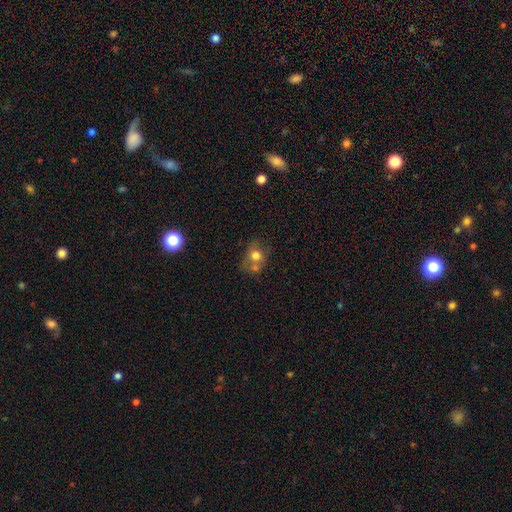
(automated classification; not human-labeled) A smooth galaxy with no disk features (66%) that is round (63%). Merging: none (39%).